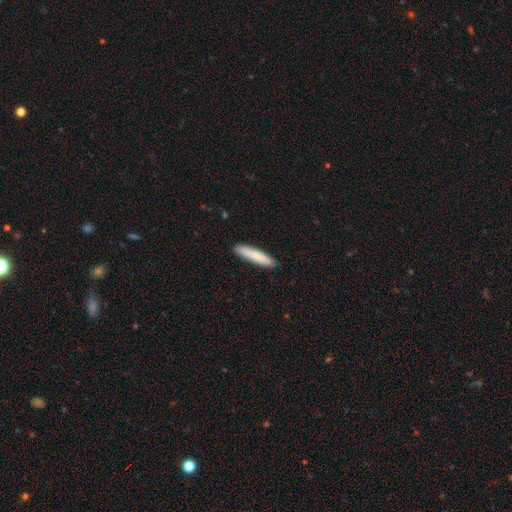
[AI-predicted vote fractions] A smooth galaxy with no disk features (82%) that is cigar-shaped (89%). Merging: none (90%).